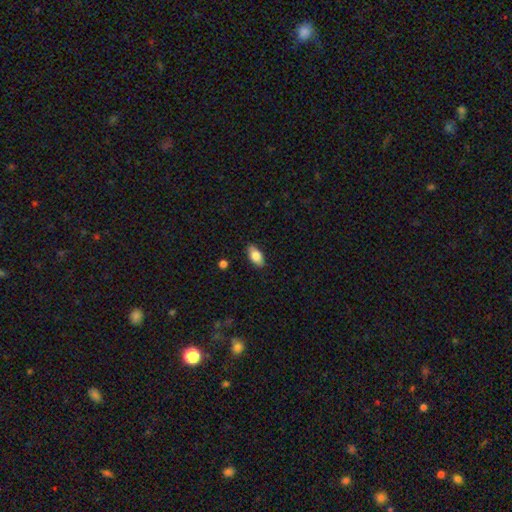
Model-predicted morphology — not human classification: Q: Smooth or featured?
A: smooth (83%); runner-up: featured or disk (10%)
Q: How rounded?
A: in between (91%); runner-up: cigar-shaped (5%)
Q: Merging?
A: none (87%); runner-up: minor disturbance (10%)